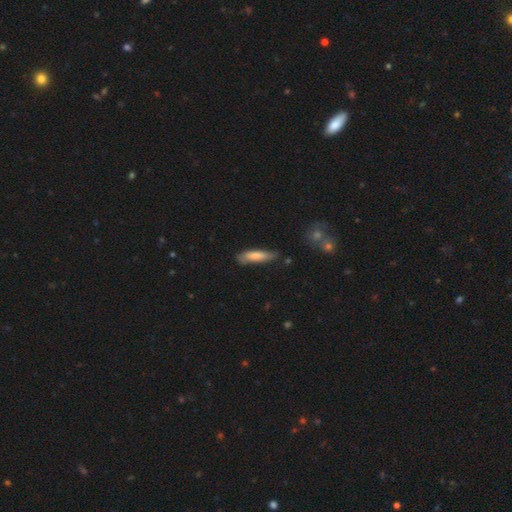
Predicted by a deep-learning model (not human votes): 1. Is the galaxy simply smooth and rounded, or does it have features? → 77% smooth, 17% featured or disk, 6% star or artifact.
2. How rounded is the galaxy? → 73% cigar-shaped, 25% in between, 1% round.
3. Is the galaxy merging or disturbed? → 72% none, 22% minor disturbance, 4% major disturbance, 2% merger.